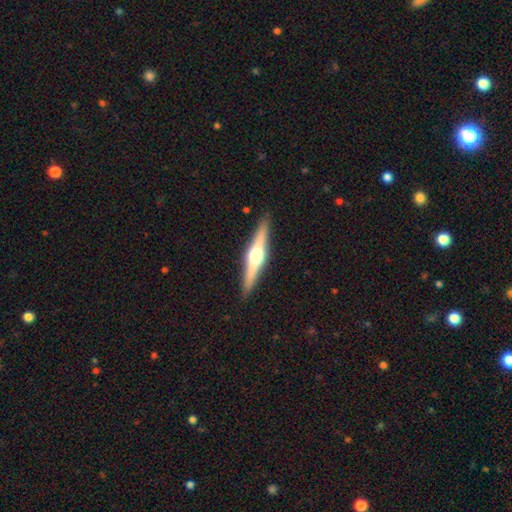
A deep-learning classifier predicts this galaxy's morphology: Smooth or featured?
  - featured or disk: 72% *
  - smooth: 22%
  - star or artifact: 5%
Edge-on disk?
  - yes: 98% *
  - no: 2%
Edge-on bulge?
  - rounded: 95% *
  - boxy: 3%
  - none: 2%
Merging?
  - none: 91% *
  - minor disturbance: 7%
  - major disturbance: 1%
  - merger: 1%